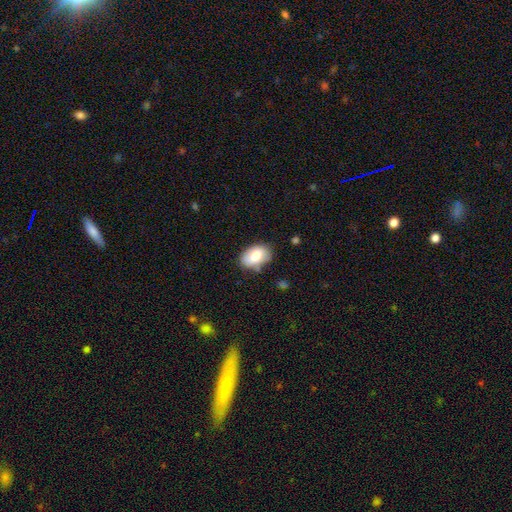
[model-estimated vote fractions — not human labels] Smooth or featured: smooth — 75% (featured or disk — 18%)
How rounded: in between — 86% (round — 13%)
Merging: none — 76% (minor disturbance — 18%)